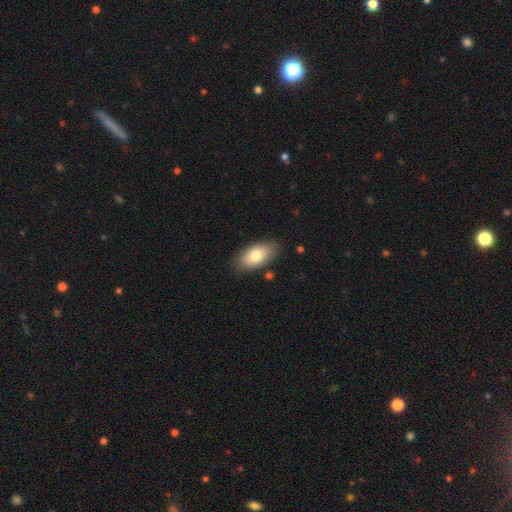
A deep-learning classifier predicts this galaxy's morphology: Smooth or featured?
  - smooth: 78% *
  - featured or disk: 16%
  - star or artifact: 6%
How rounded?
  - in between: 92% *
  - cigar-shaped: 4%
  - round: 3%
Merging?
  - none: 84% *
  - minor disturbance: 12%
  - major disturbance: 3%
  - merger: 2%